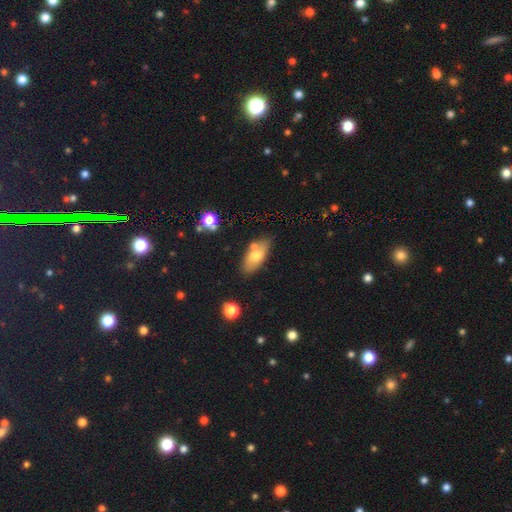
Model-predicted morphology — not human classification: A smooth galaxy with no disk features (67%) that is in between round and cigar-shaped (84%).

Vote fractions:
- Smooth or featured? smooth: 67% / featured or disk: 25% / star or artifact: 8%
- How rounded? in between: 84% / cigar-shaped: 13% / round: 3%
- Merging? none: 70% / minor disturbance: 15% / merger: 12% / major disturbance: 3%